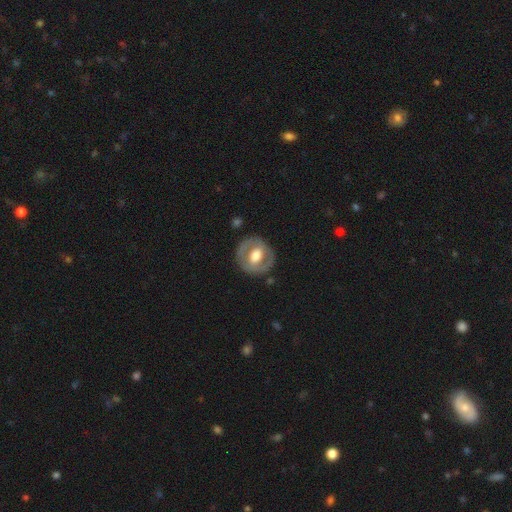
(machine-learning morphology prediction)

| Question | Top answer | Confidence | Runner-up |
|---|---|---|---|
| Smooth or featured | featured or disk | 56% | smooth (38%) |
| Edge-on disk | no | 95% | yes (5%) |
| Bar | no | 50% | weak (32%) |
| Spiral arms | no | 73% | yes (27%) |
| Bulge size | moderate | 48% | large (43%) |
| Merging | none | 81% | minor disturbance (13%) |